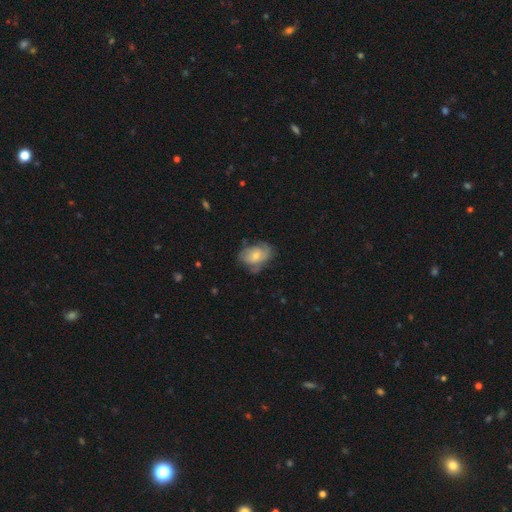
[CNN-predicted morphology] type=featured or disk (49%); merging=none (52%).